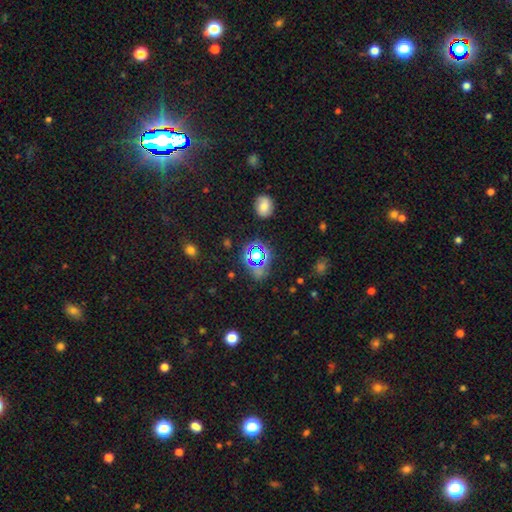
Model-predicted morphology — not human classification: star or artifact 58%, smooth 33%, featured or disk 9%.